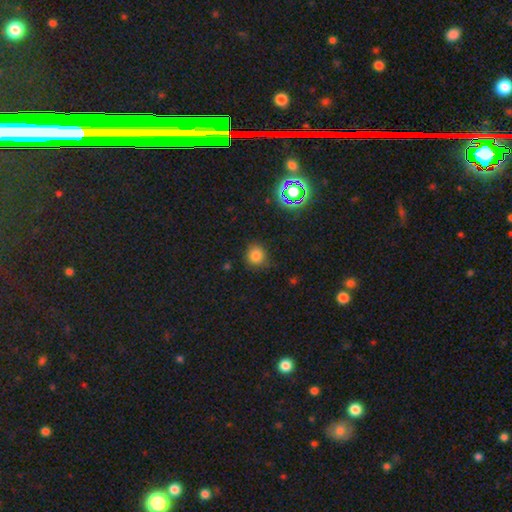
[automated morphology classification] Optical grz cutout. It shows a smooth galaxy with no disk features (78%) that is round (87%). Merging: none (82%).